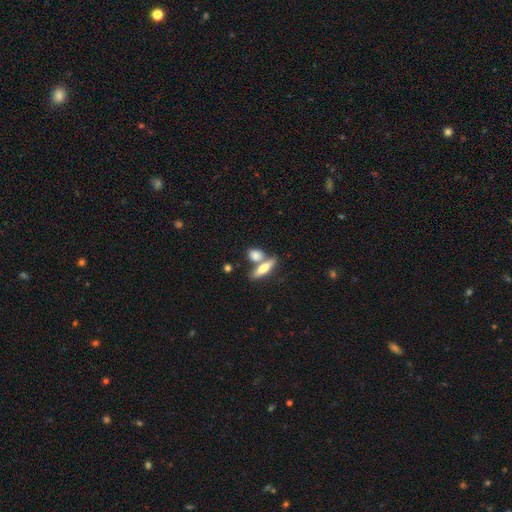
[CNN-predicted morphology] Smooth or featured: smooth — 70% (featured or disk — 23%)
How rounded: in between — 52% (cigar-shaped — 27%)
Merging: none — 53% (merger — 34%)